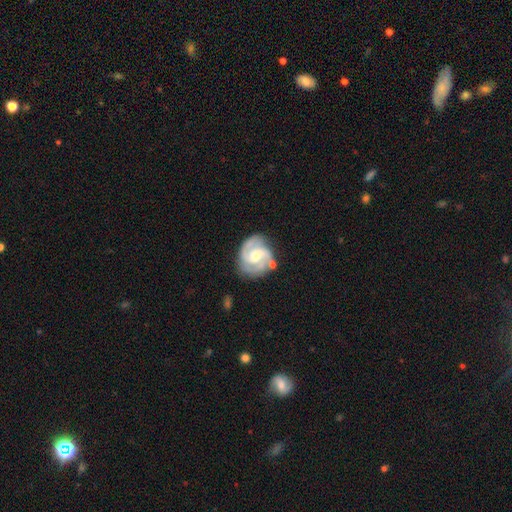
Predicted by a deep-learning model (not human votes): Overall: featured or disk (88%). Edge-on disk: no (98%). Bar: weak (52%; no 32%). Spiral arms: yes (98%). Spiral arm count: 2 (44%; 3 40%). Spiral winding: medium (50%; tight 40%). Bulge size: moderate (58%; small 30%). Merging: none (72%).